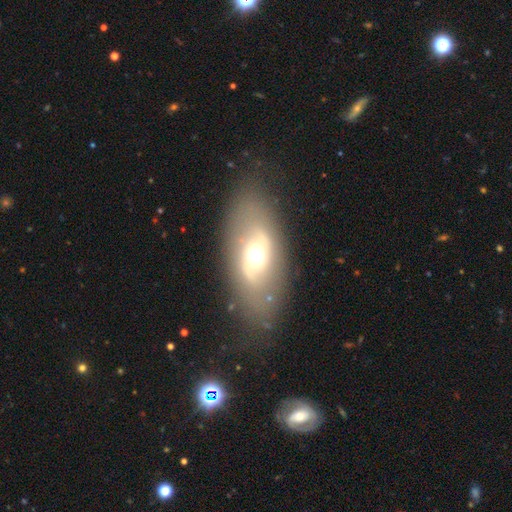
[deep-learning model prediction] The model was most divided on "smooth or featured": featured or disk: 52%, smooth: 39%, star or artifact: 9%. More confident: edge-on disk — no (85%); merging — none (77%).